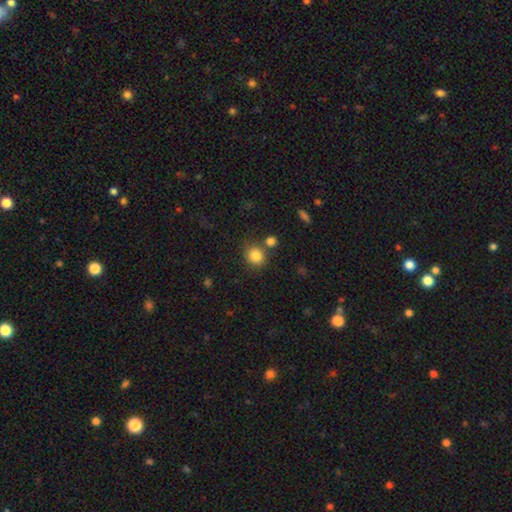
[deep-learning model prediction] This appears to be a smooth galaxy with no disk features (83%) that is round (87%). Merging: none (73%).